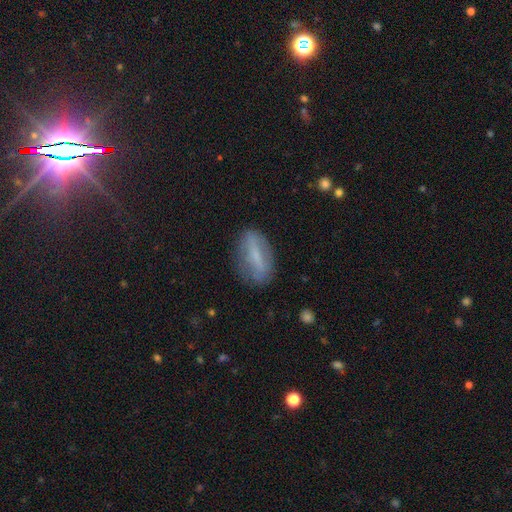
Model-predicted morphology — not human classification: smooth-or-featured: smooth: 53% | featured or disk: 38% | star or artifact: 9%
  how-rounded: in between: 76% | cigar-shaped: 18% | round: 6%
  merging: none: 79% | minor disturbance: 15% | major disturbance: 5% | merger: 1%